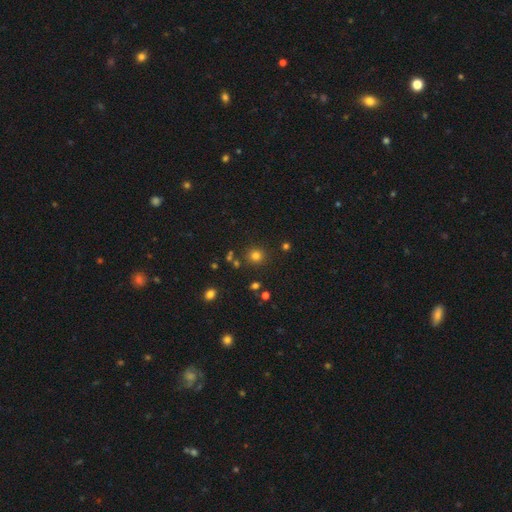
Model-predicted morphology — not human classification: type=smooth (77%); roundness=round (91%); merging=none (85%).